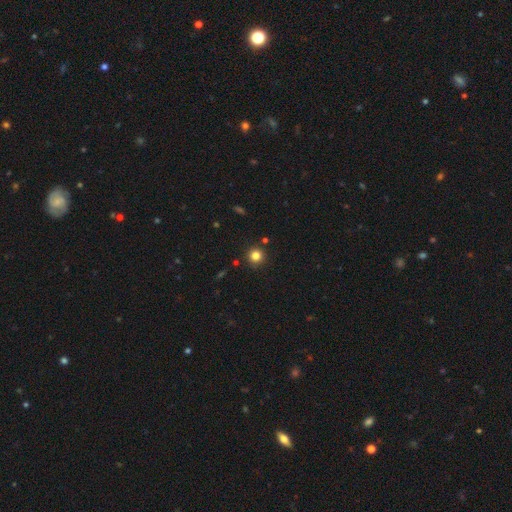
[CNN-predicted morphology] type=smooth (81%); roundness=round (95%); merging=none (90%).